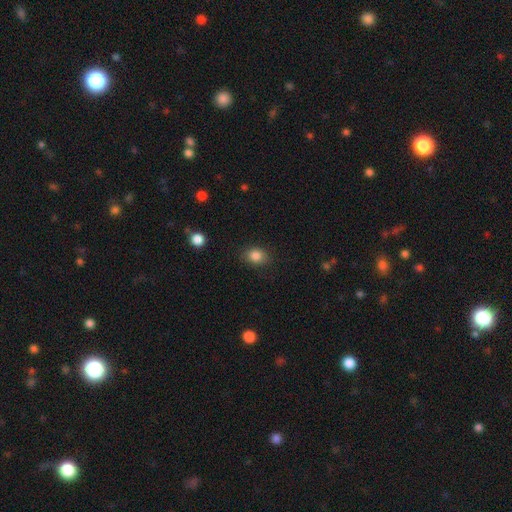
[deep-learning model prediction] A smooth galaxy with no disk features (85%) that is round (50%). Merging: none (85%).